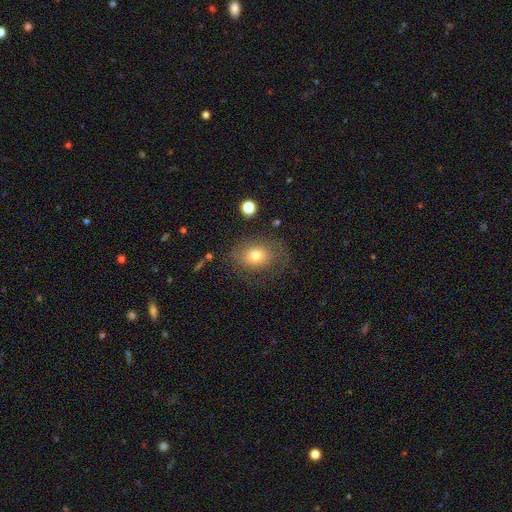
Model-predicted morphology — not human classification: smooth-or-featured: smooth: 67% | featured or disk: 22% | star or artifact: 11%
  how-rounded: in between: 57% | round: 42% | cigar-shaped: 1%
  merging: none: 59% | minor disturbance: 20% | major disturbance: 19% | merger: 2%